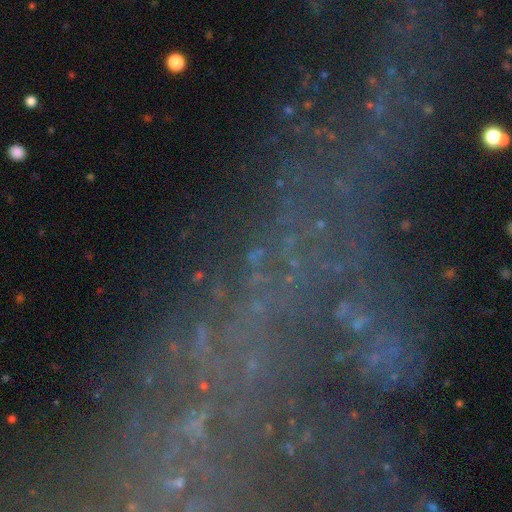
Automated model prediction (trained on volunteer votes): Overall: star or artifact (57%; featured or disk 28%).